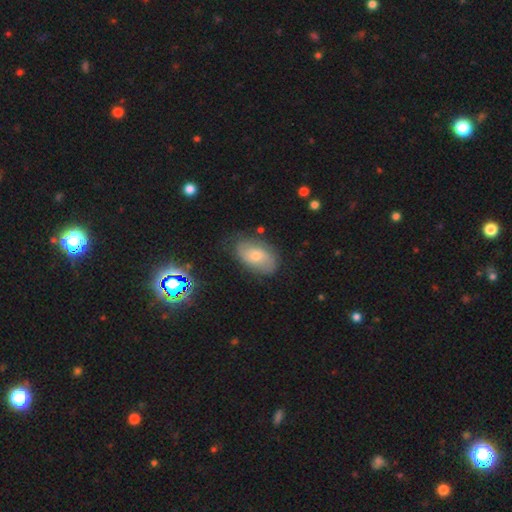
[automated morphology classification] smooth-or-featured: smooth: 47% | featured or disk: 43% | star or artifact: 10%
  merging: none: 73% | minor disturbance: 19% | major disturbance: 6% | merger: 2%